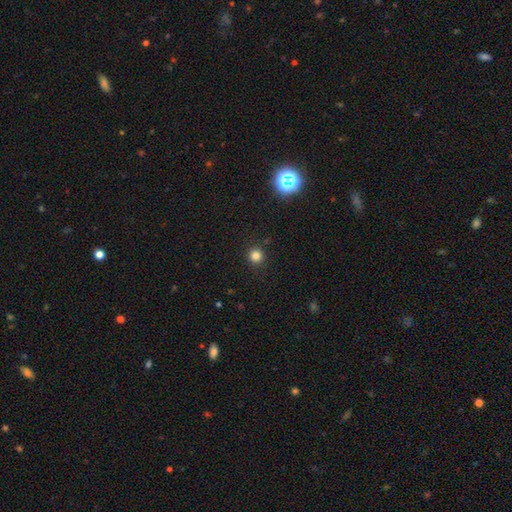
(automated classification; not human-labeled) This appears to be a smooth galaxy with no disk features (81%) that is round (94%). Merging: none (91%).